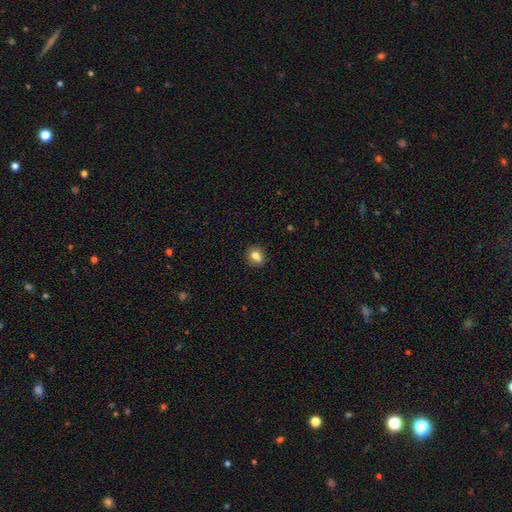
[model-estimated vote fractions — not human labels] Smooth or featured?
  - smooth: 75% *
  - featured or disk: 13%
  - star or artifact: 11%
How rounded?
  - round: 71% *
  - in between: 28%
  - cigar-shaped: 1%
Merging?
  - none: 67% *
  - minor disturbance: 15%
  - merger: 14%
  - major disturbance: 4%